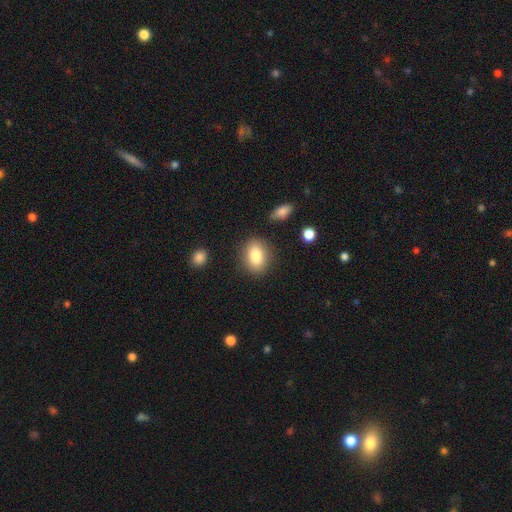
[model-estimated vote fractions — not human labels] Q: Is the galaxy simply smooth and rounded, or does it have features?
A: smooth — 82%.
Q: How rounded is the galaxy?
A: in between — 73%.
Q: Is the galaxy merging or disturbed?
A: none — 84%.